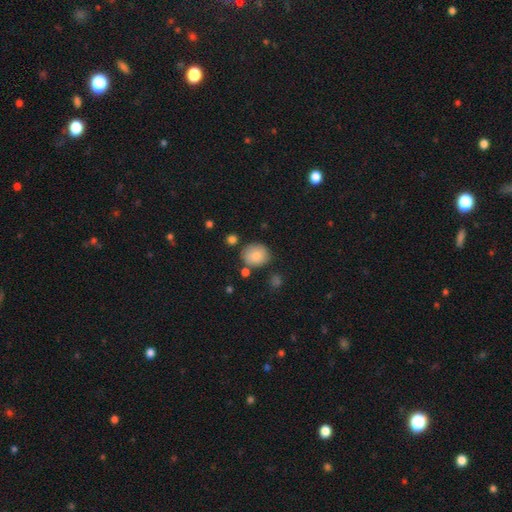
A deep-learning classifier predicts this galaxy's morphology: type=smooth (85%); roundness=round (69%); merging=none (71%).